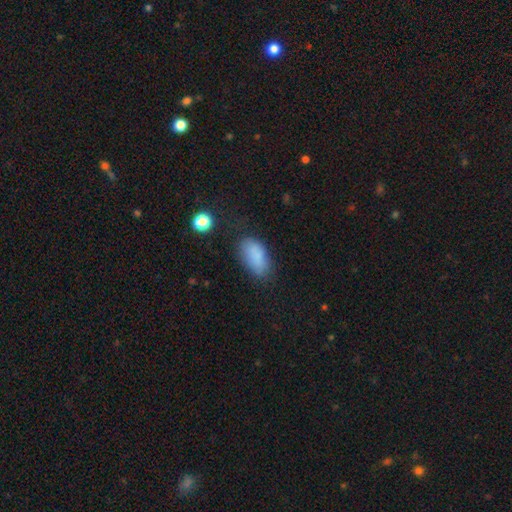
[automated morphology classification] Smooth or featured? Predicted: smooth (p=0.84). How rounded? Predicted: in between (p=0.92). Merging? Predicted: none (p=0.67).